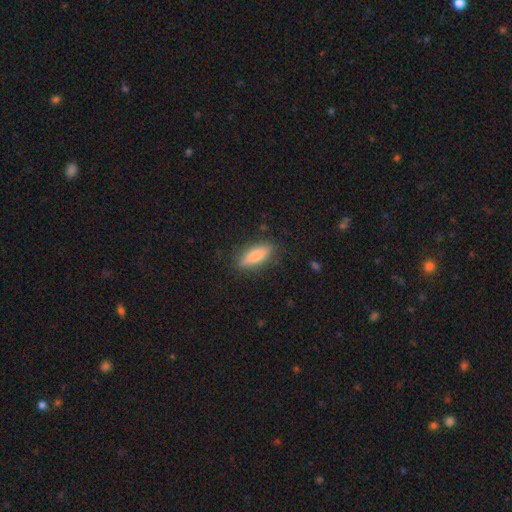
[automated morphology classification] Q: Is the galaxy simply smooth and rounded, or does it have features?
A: smooth — 74%.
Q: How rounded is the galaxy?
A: in between — 51%.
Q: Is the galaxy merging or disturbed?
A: none — 83%.